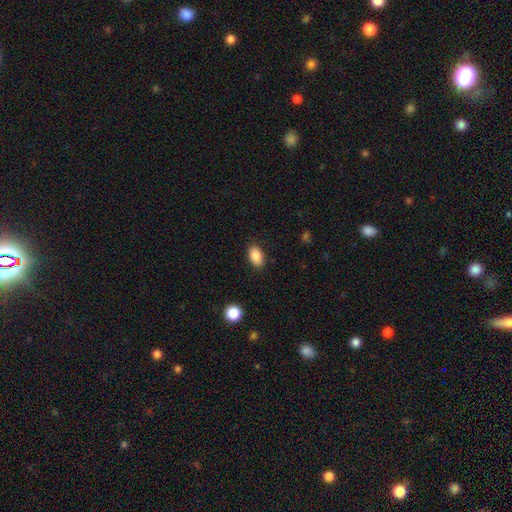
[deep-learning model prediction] Smooth or featured? Predicted: smooth (p=0.87). How rounded? Predicted: in between (p=0.89). Merging? Predicted: none (p=0.87).